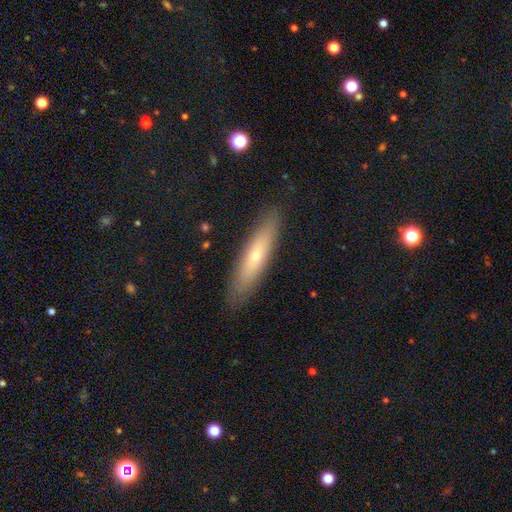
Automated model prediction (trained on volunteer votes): Smooth or featured: smooth — 54% (featured or disk — 39%)
How rounded: cigar-shaped — 78% (in between — 20%)
Merging: none — 87% (minor disturbance — 9%)